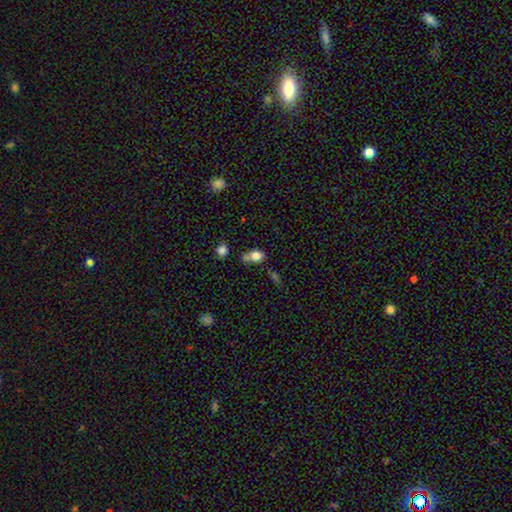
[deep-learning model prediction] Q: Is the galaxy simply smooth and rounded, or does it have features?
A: smooth — 79%.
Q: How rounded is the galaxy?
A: in between — 66%.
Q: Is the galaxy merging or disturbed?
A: none — 42%.